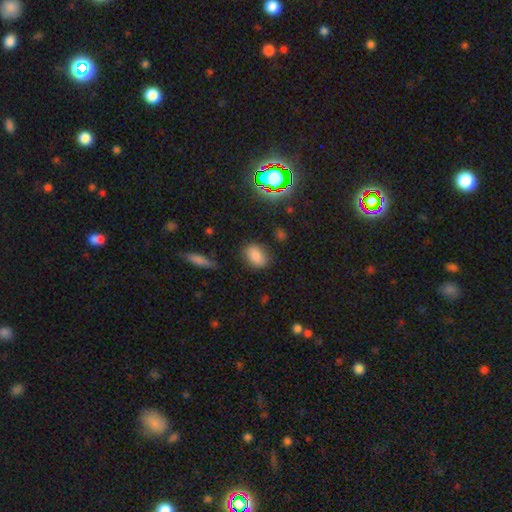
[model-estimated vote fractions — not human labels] Morphology: type=smooth (80%); roundness=in between (82%); merging=none (80%).